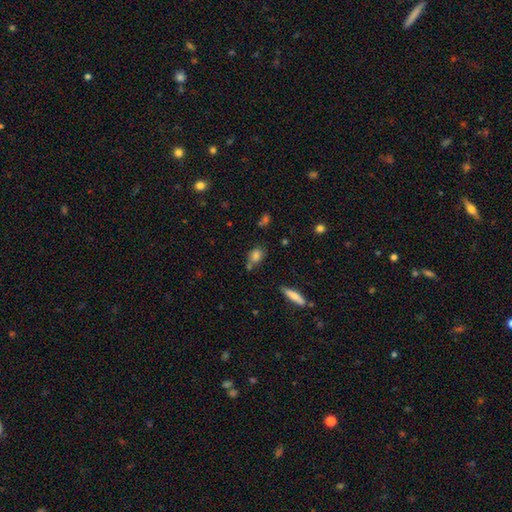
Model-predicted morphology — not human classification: Smooth or featured: smooth — 79% (star or artifact — 11%)
How rounded: in between — 70% (round — 25%)
Merging: none — 56% (minor disturbance — 19%)